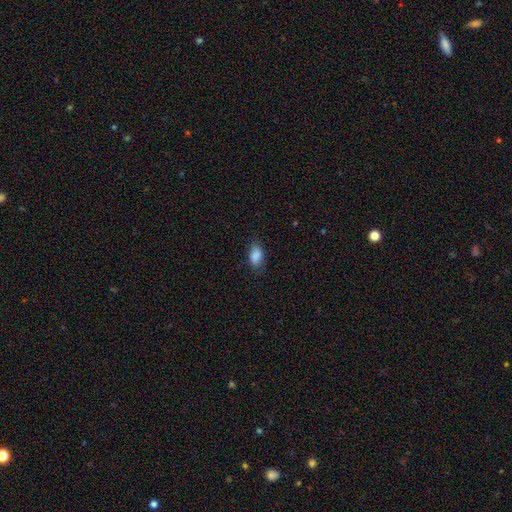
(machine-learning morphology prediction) Overall: smooth (87%). How rounded: in between (89%). Merging: none (75%).